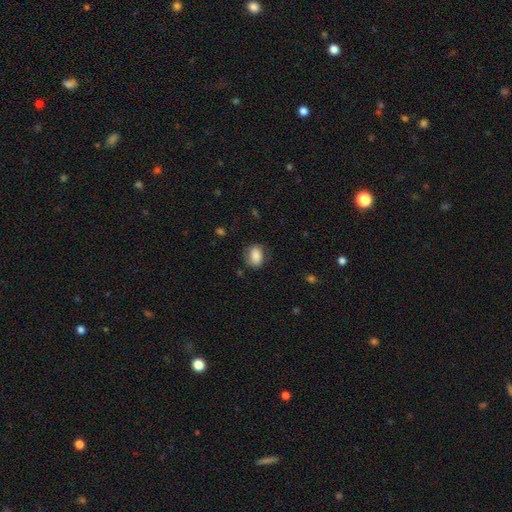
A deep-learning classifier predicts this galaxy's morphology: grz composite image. It shows a smooth galaxy with no disk features (81%) that is in between round and cigar-shaped (69%). Merging: none (70%).